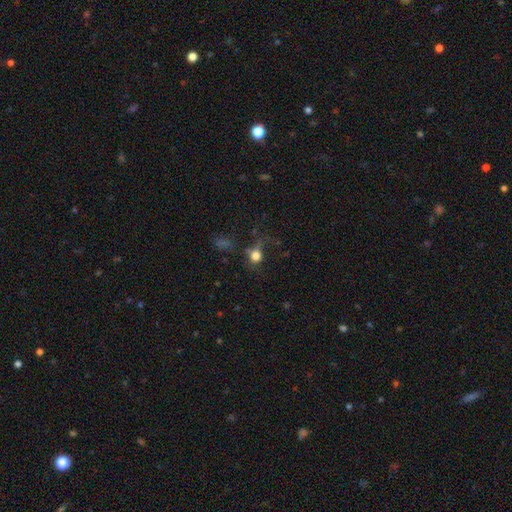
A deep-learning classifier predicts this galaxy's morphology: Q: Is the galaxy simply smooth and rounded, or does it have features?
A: smooth — 75%.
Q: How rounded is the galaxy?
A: round — 70%.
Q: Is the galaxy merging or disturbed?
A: none — 43%.